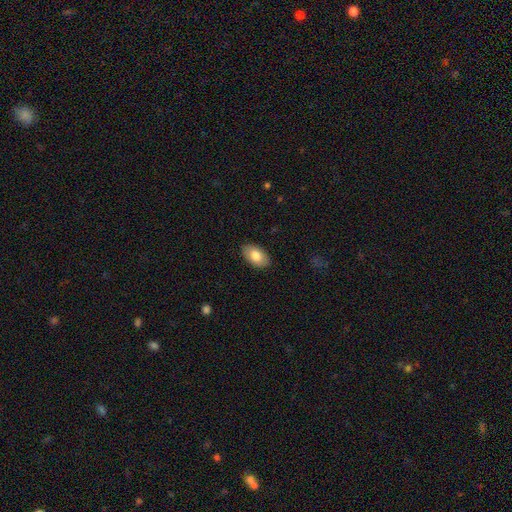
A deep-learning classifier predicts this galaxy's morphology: The model was most divided on "smooth or featured": smooth: 81%, featured or disk: 13%, star or artifact: 6%. More confident: how rounded — in between (94%); merging — none (88%).